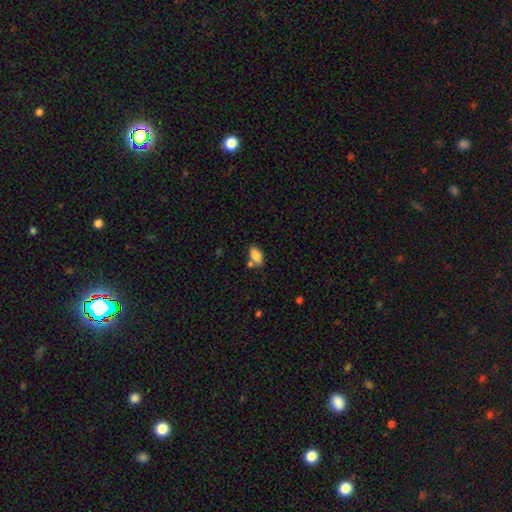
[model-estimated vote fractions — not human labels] Smooth or featured?
  - smooth: 85% *
  - star or artifact: 8%
  - featured or disk: 7%
How rounded?
  - in between: 91% *
  - round: 5%
  - cigar-shaped: 4%
Merging?
  - none: 61% *
  - merger: 21%
  - minor disturbance: 15%
  - major disturbance: 4%